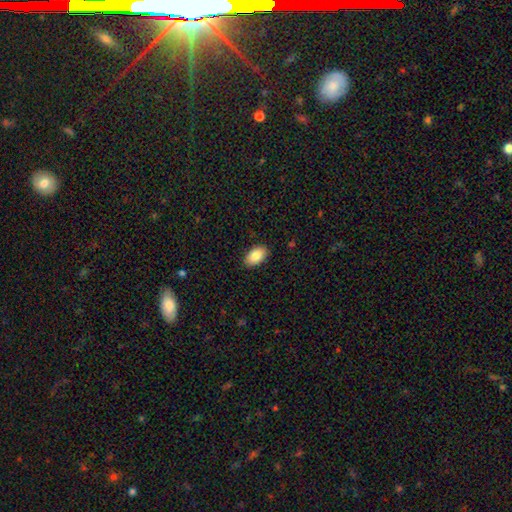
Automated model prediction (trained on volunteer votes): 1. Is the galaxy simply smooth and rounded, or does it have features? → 86% smooth, 7% star or artifact, 7% featured or disk.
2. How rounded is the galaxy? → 93% in between, 5% round, 1% cigar-shaped.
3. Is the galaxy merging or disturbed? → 89% none, 9% minor disturbance, 2% major disturbance, 1% merger.